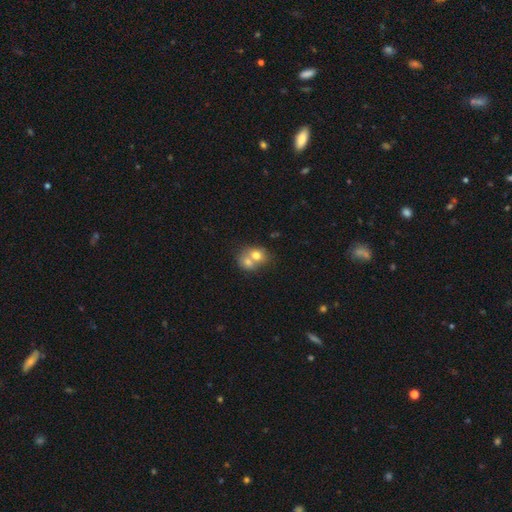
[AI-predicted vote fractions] Overall: smooth (68%). How rounded: round (57%; in between 42%). Merging: merger (71%).